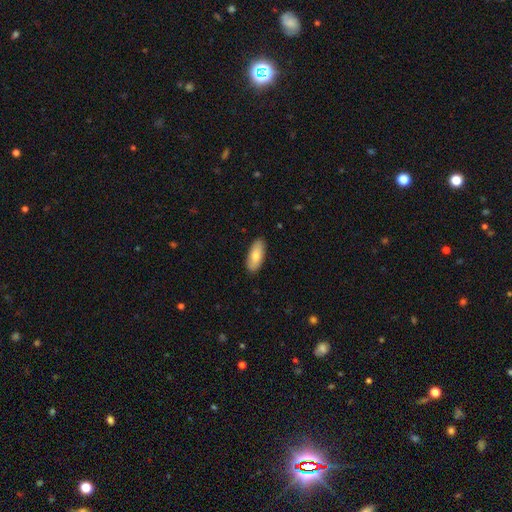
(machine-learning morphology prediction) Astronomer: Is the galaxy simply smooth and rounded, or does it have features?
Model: smooth — 77%.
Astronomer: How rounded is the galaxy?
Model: in between — 83%.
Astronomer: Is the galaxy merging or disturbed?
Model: none — 88%.